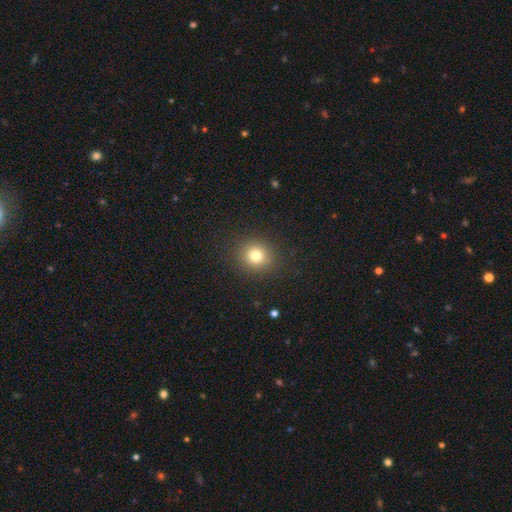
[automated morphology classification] Smooth or featured?
  - smooth: 78% *
  - star or artifact: 14%
  - featured or disk: 8%
How rounded?
  - round: 89% *
  - in between: 10%
  - cigar-shaped: 1%
Merging?
  - none: 89% *
  - minor disturbance: 7%
  - major disturbance: 3%
  - merger: 1%